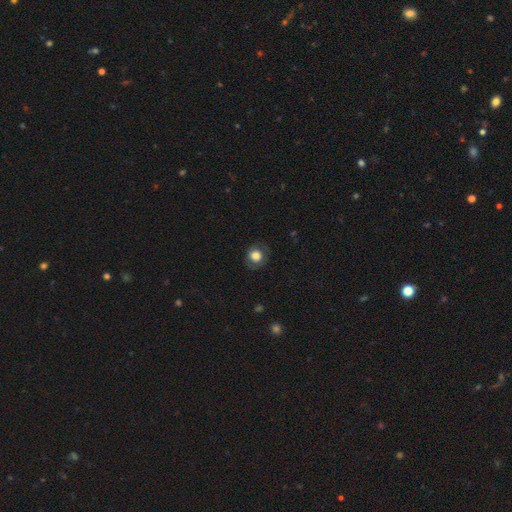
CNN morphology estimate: Smooth or featured?
  - smooth: 73% *
  - featured or disk: 18%
  - star or artifact: 9%
How rounded?
  - round: 81% *
  - in between: 18%
  - cigar-shaped: 1%
Merging?
  - none: 79% *
  - minor disturbance: 14%
  - major disturbance: 6%
  - merger: 1%